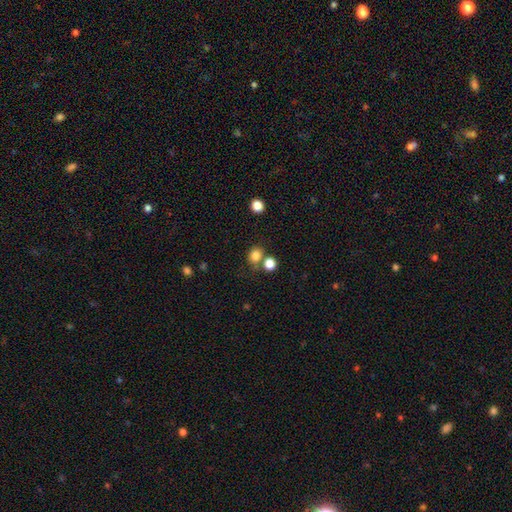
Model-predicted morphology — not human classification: Overall: smooth (81%). How rounded: round (72%). Merging: none (63%).